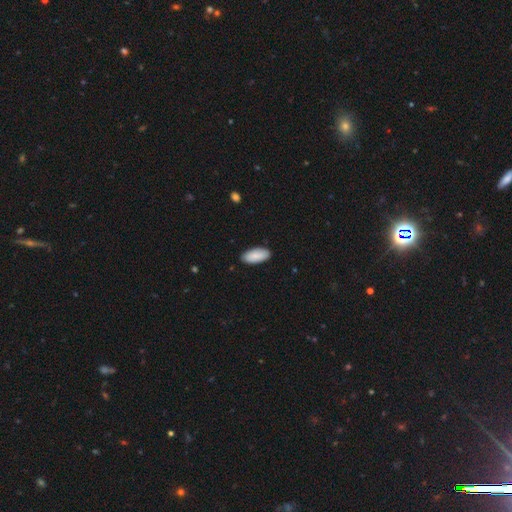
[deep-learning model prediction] This appears to be a smooth galaxy with no disk features (87%) that is in between round and cigar-shaped (91%). Merging: none (87%).